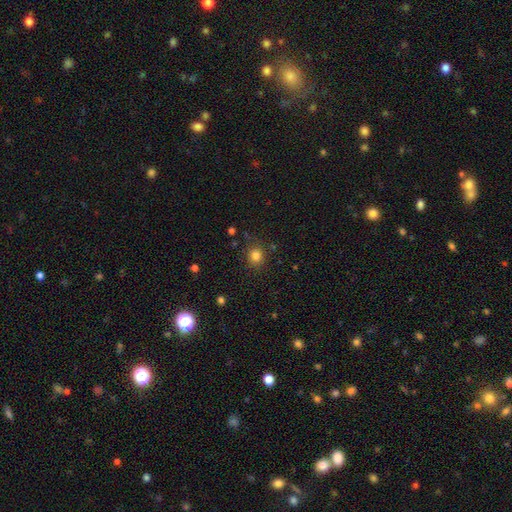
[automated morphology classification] smooth-or-featured: smooth: 81% | star or artifact: 13% | featured or disk: 5%
  how-rounded: round: 85% | in between: 14% | cigar-shaped: 1%
  merging: none: 85% | minor disturbance: 10% | major disturbance: 3% | merger: 2%